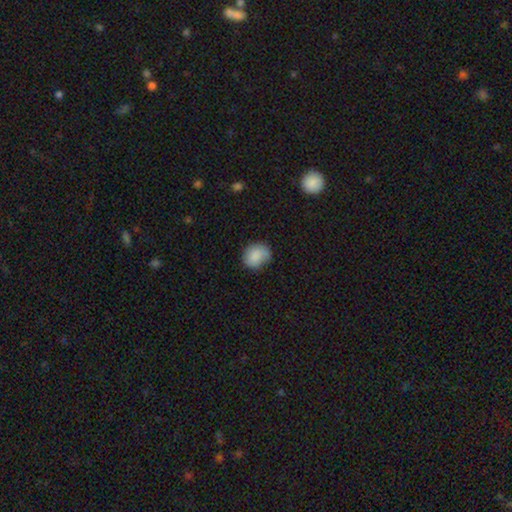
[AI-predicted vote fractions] The model was most divided on "how rounded": round: 59%, in between: 40%, cigar-shaped: 1%. More confident: smooth or featured — smooth (84%); merging — none (65%).